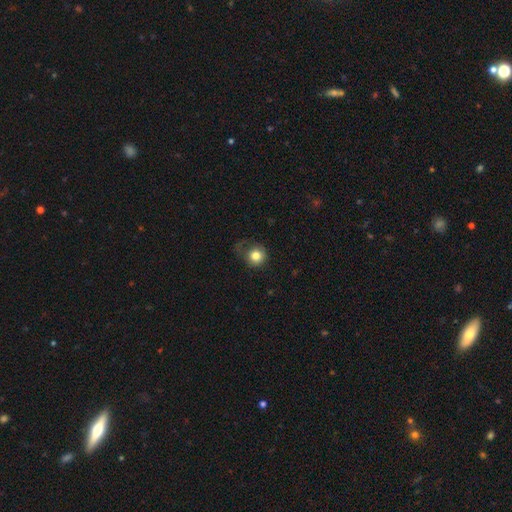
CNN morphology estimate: smooth 80%, star or artifact 10%, featured or disk 10%. Down the decision tree: how rounded — round (87%); merging — none (53%).